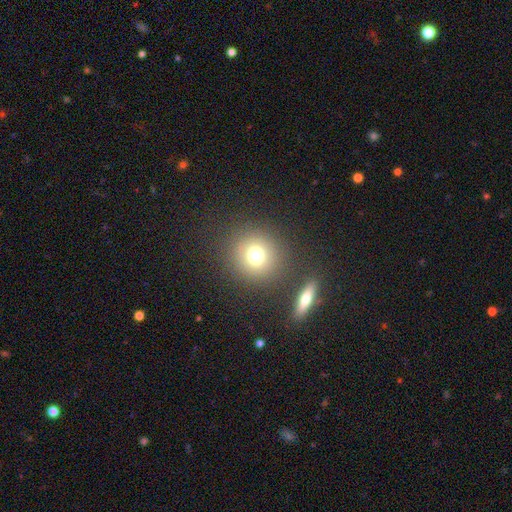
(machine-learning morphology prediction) smooth_or_featured: smooth (p=0.73) [alt: star or artifact p=0.15]
how_rounded: round (p=0.90) [alt: in between p=0.09]
merging: none (p=0.81) [alt: minor disturbance p=0.08]